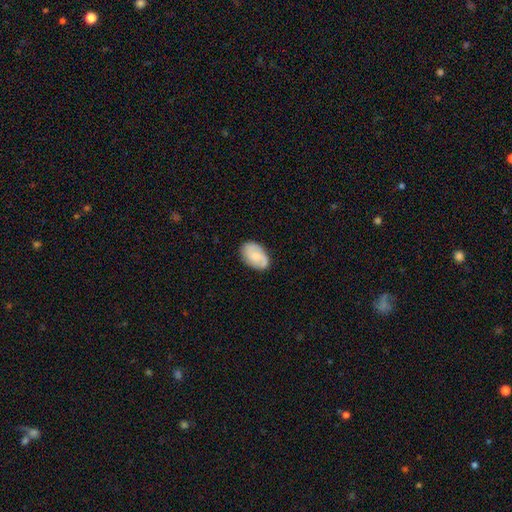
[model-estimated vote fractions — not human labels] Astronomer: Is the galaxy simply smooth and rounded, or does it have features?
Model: smooth — 58% (runner-up: featured or disk, 35%).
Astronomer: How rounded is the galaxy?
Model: in between — 91%.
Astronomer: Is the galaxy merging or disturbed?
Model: none — 79%.